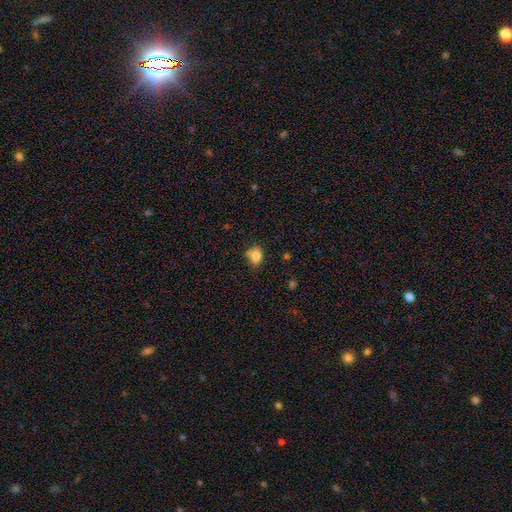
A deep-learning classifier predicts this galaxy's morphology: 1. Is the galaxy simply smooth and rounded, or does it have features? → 81% smooth, 10% star or artifact, 8% featured or disk.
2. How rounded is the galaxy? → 69% in between, 30% round, 1% cigar-shaped.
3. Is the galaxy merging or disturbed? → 57% none, 23% minor disturbance, 14% merger, 6% major disturbance.